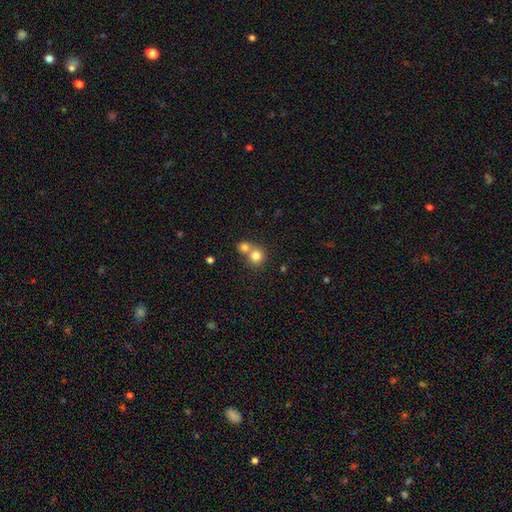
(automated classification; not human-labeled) This is likely a smooth galaxy (79%). How rounded: clearly round (88%). Merging: possibly merger (51%).